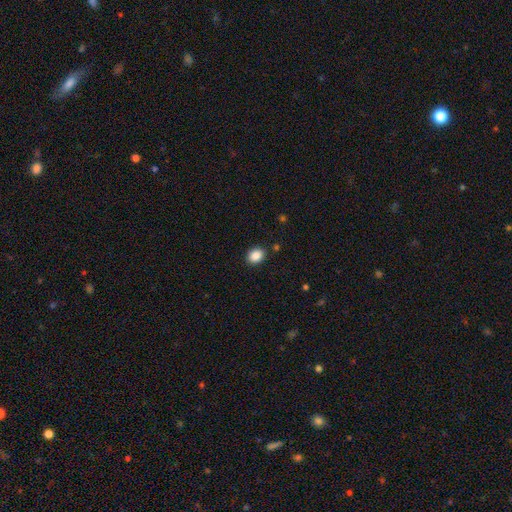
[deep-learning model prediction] A smooth galaxy with no disk features (87%) that is in between round and cigar-shaped (61%). Merging: none (89%).